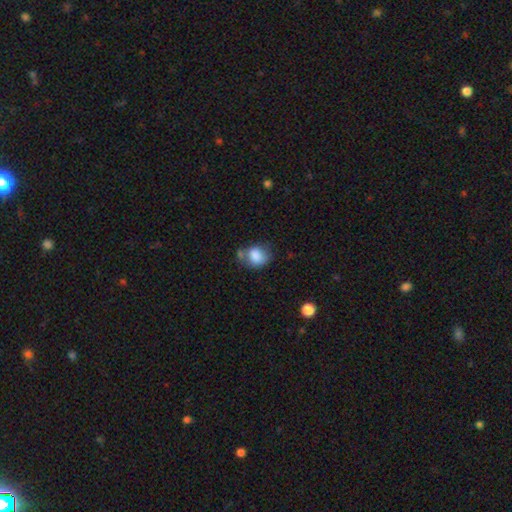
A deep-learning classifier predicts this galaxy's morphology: A smooth galaxy with no disk features (82%) that is round (59%). Merging: none (46%).